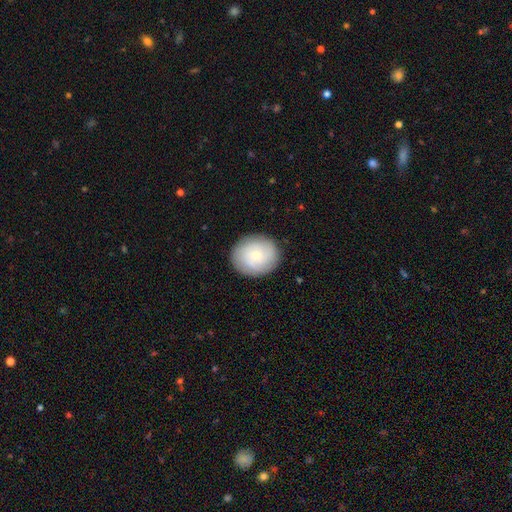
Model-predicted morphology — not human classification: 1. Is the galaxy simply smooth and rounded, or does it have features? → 66% smooth, 27% featured or disk, 7% star or artifact.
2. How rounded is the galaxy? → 77% round, 22% in between, 1% cigar-shaped.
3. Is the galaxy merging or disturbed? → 87% none, 9% minor disturbance, 2% major disturbance, 1% merger.